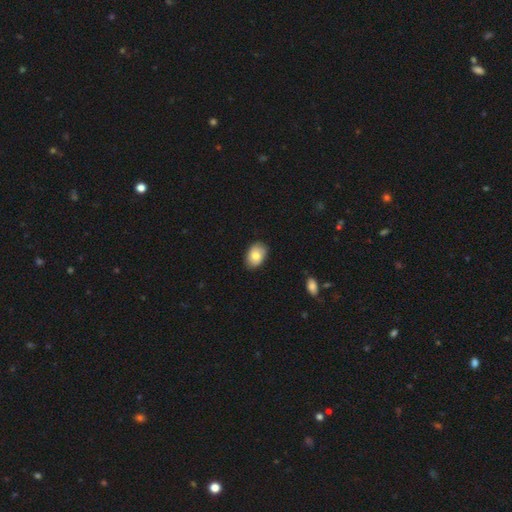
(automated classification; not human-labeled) This is likely a smooth galaxy (79%). How rounded: clearly in between (82%). Merging: clearly none (84%).